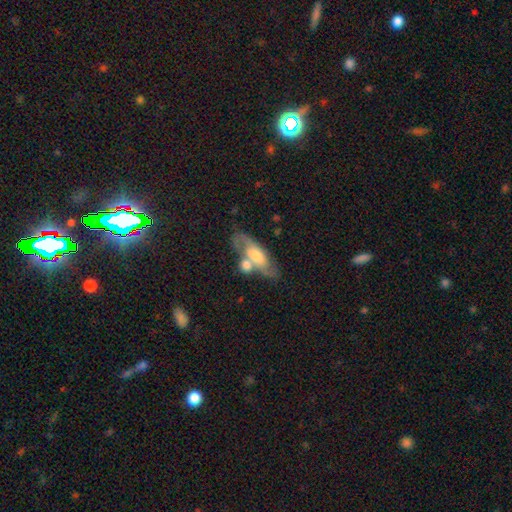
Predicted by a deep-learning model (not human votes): This is possibly a featured or disk galaxy (58%). It is clearly not viewed edge-on (81%). Merging: marginally none (43%).